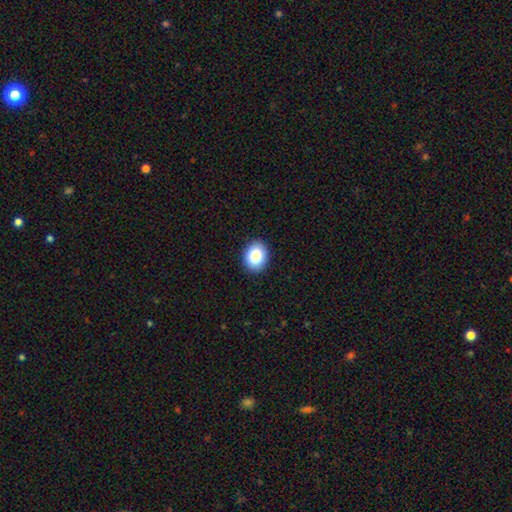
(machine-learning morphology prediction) Q: Smooth or featured?
A: smooth (84%); runner-up: star or artifact (8%)
Q: How rounded?
A: in between (57%); runner-up: round (43%)
Q: Merging?
A: none (90%); runner-up: minor disturbance (7%)